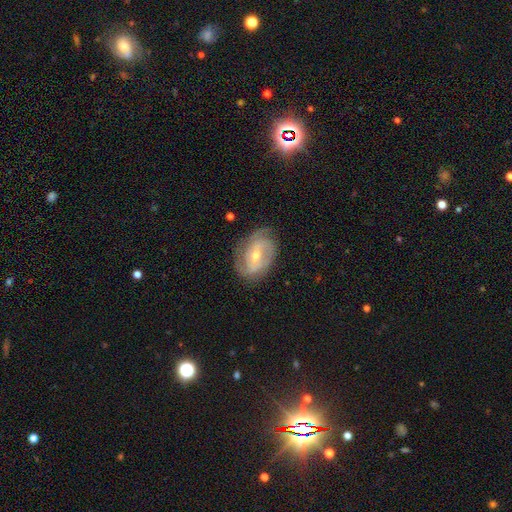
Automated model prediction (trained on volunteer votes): This is clearly a featured or disk galaxy (80%). It is clearly not viewed edge-on (96%). Bar: marginally weak (43%). Spiral arm pattern: clearly yes (92%). Spiral arm count: possibly 2 (49%). Spiral winding: possibly tight (52%). Central bulge: possibly moderate (51%). Merging: likely none (73%).